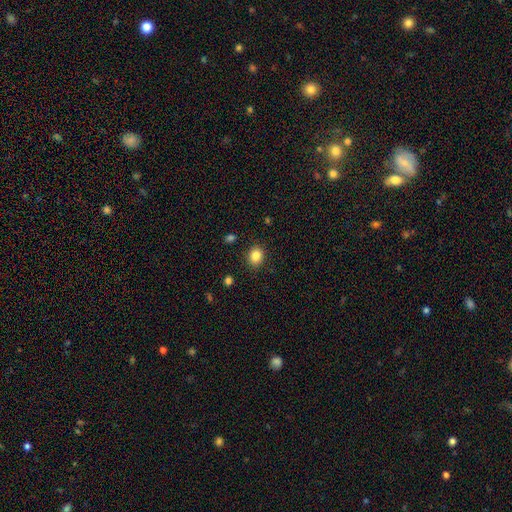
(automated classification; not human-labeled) This is clearly a smooth galaxy (84%). How rounded: likely round (66%). Merging: clearly none (89%).